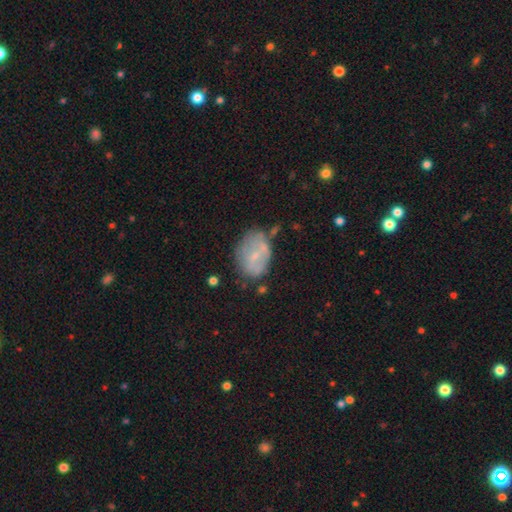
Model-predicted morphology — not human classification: The model was most divided on "smooth or featured": smooth: 49%, featured or disk: 42%, star or artifact: 9%. More confident: merging — none (54%).